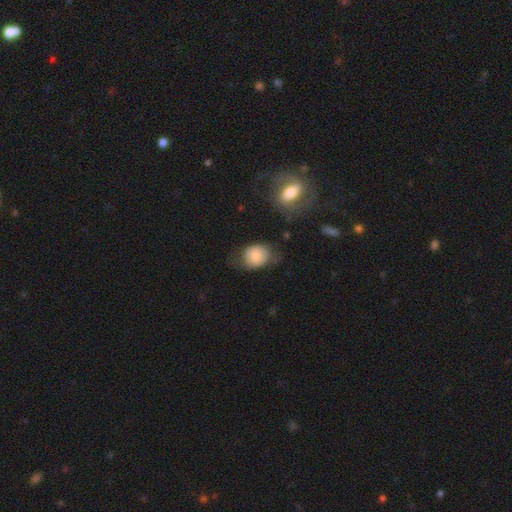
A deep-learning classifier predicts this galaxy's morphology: Smooth or featured?
  - smooth: 74% *
  - featured or disk: 19%
  - star or artifact: 8%
How rounded?
  - round: 54% *
  - in between: 45%
  - cigar-shaped: 1%
Merging?
  - none: 59% *
  - minor disturbance: 26%
  - major disturbance: 12%
  - merger: 3%